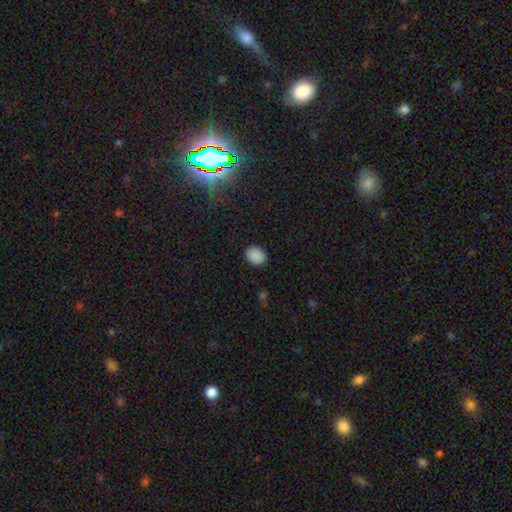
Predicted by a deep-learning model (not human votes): This appears to be a smooth galaxy with no disk features (88%) that is in between round and cigar-shaped (52%). Merging: none (87%).